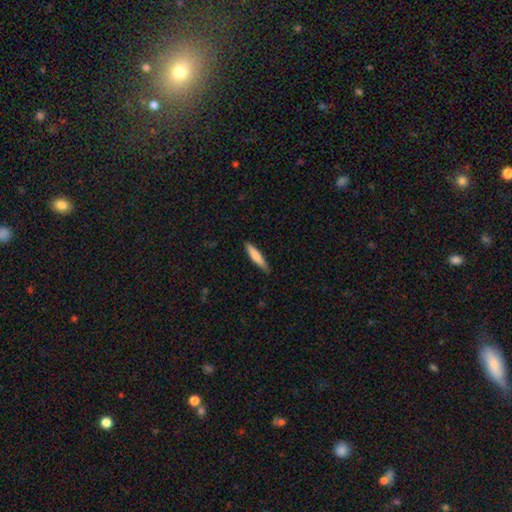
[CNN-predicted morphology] Smooth or featured? Predicted: smooth (p=0.72). How rounded? Predicted: cigar-shaped (p=0.89). Merging? Predicted: none (p=0.87).